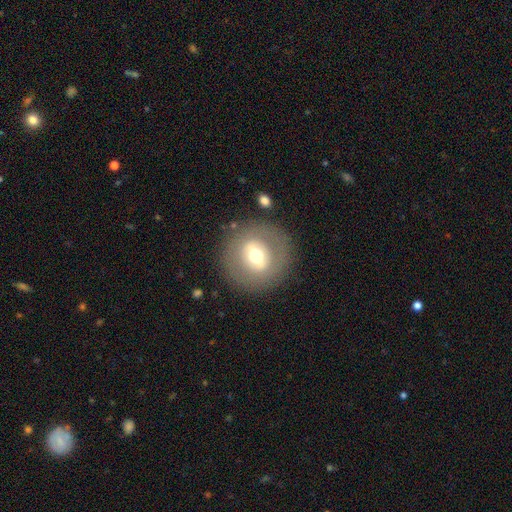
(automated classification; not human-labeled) smooth-or-featured: featured or disk: 48% | smooth: 43% | star or artifact: 9%
  merging: none: 84% | minor disturbance: 9% | major disturbance: 6% | merger: 2%